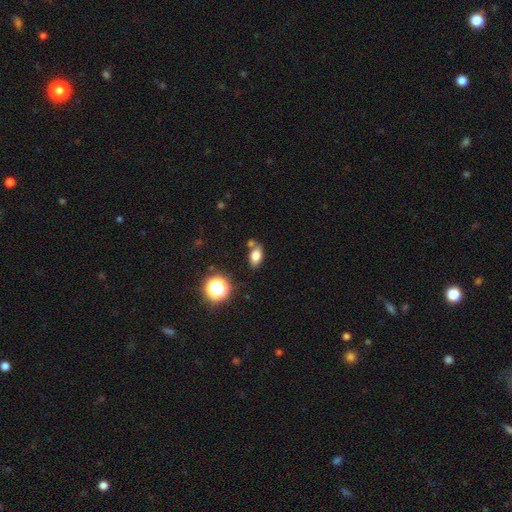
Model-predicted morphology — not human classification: Q: Smooth or featured?
A: smooth (77%); runner-up: star or artifact (13%)
Q: How rounded?
A: in between (83%); runner-up: round (13%)
Q: Merging?
A: none (69%); runner-up: minor disturbance (15%)